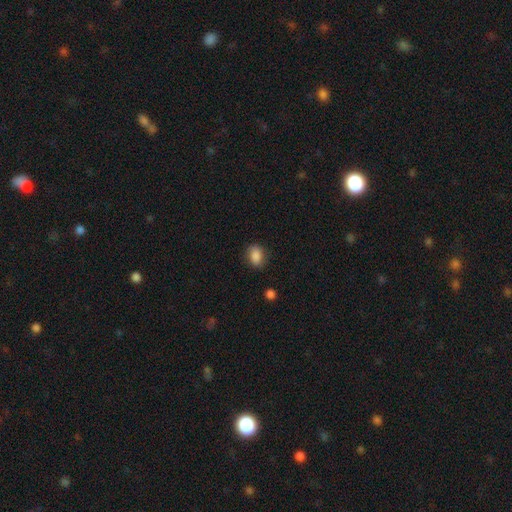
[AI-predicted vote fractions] Smooth or featured? smooth (86%)
How rounded? in between (71%)
Merging? none (81%)